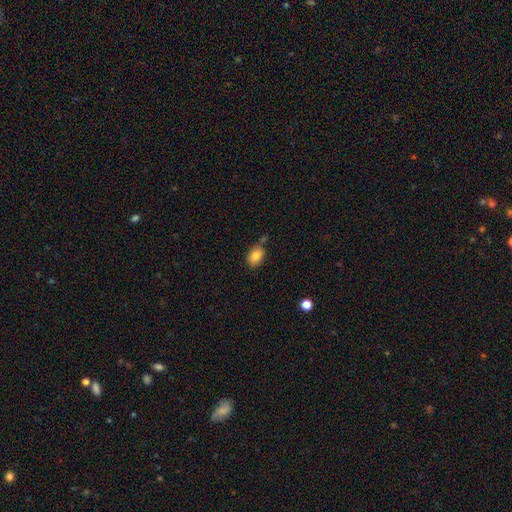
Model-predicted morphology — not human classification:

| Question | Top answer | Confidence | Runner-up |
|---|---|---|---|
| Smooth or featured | smooth | 85% | star or artifact (8%) |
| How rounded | in between | 81% | round (17%) |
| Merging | none | 70% | minor disturbance (17%) |